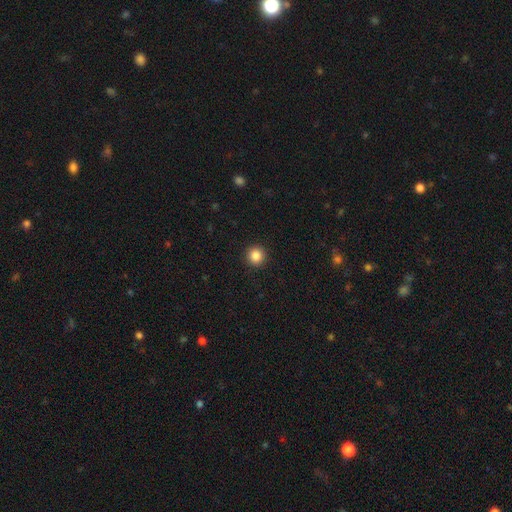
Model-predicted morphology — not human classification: The model was most divided on "smooth or featured": smooth: 86%, star or artifact: 10%, featured or disk: 4%. More confident: how rounded — round (96%); merging — none (93%).